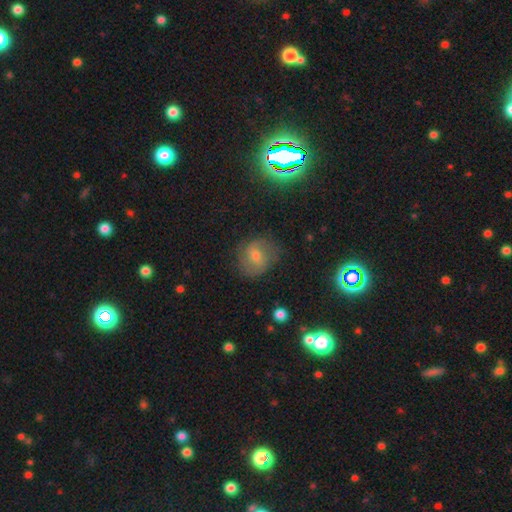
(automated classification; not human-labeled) This is marginally a featured or disk galaxy (45%). Merging: likely none (68%).